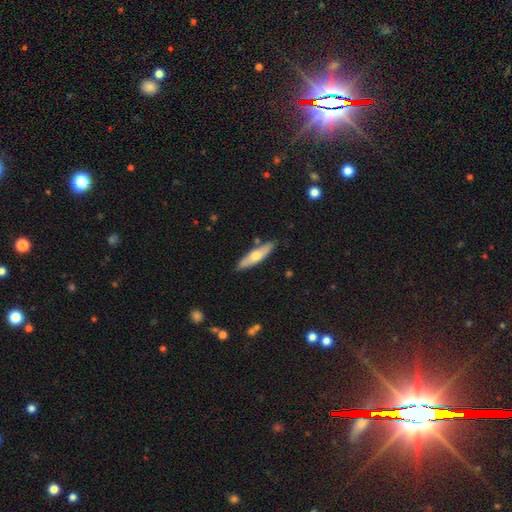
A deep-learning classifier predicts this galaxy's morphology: Smooth or featured? Predicted: smooth (p=0.52). How rounded? Predicted: cigar-shaped (p=0.66). Merging? Predicted: none (p=0.84).